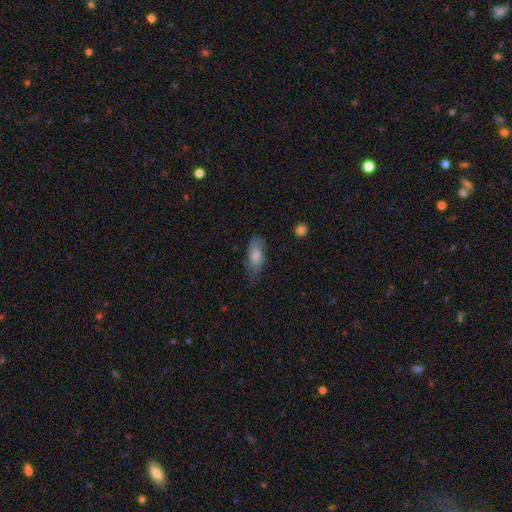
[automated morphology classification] Smooth or featured? smooth (69%)
How rounded? in between (85%)
Merging? none (54%)